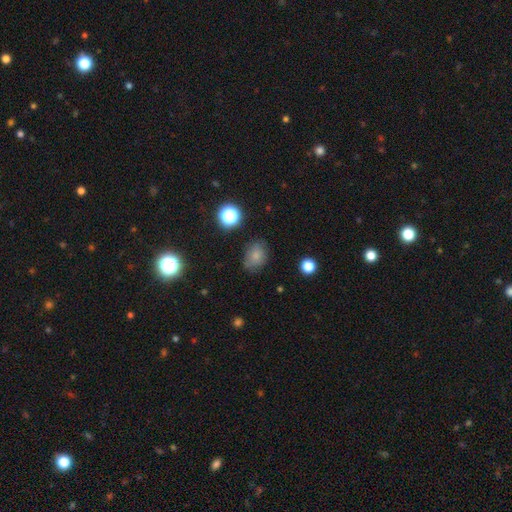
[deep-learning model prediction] Q: Smooth or featured?
A: smooth (77%); runner-up: star or artifact (13%)
Q: How rounded?
A: in between (62%); runner-up: round (37%)
Q: Merging?
A: none (71%); runner-up: minor disturbance (21%)